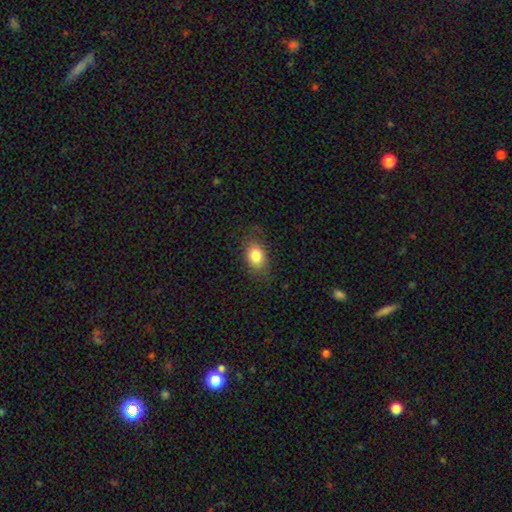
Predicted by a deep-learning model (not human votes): A smooth galaxy with no disk features (82%) that is in between round and cigar-shaped (78%).

Vote fractions:
- Smooth or featured? smooth: 82% / featured or disk: 9% / star or artifact: 9%
- How rounded? in between: 78% / round: 21% / cigar-shaped: 2%
- Merging? none: 77% / minor disturbance: 17% / major disturbance: 5% / merger: 1%